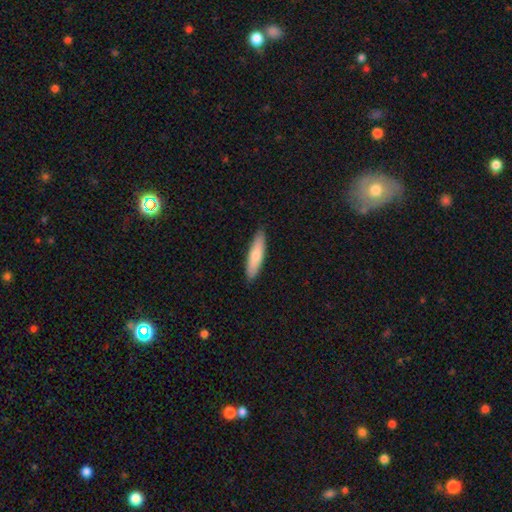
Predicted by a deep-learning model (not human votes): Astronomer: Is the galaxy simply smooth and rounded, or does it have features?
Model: smooth — 74%.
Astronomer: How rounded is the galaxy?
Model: cigar-shaped — 71%.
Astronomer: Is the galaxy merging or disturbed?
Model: none — 89%.